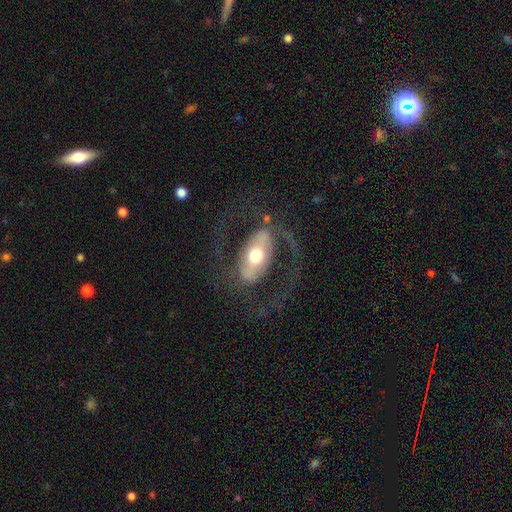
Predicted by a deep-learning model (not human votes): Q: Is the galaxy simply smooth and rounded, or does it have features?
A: featured or disk — 72%.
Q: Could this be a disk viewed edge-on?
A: no — 91%.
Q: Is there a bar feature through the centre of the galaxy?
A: no — 37%.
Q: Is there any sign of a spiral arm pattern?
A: yes — 72%.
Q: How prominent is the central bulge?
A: moderate — 61%.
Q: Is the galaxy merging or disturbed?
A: none — 65%.